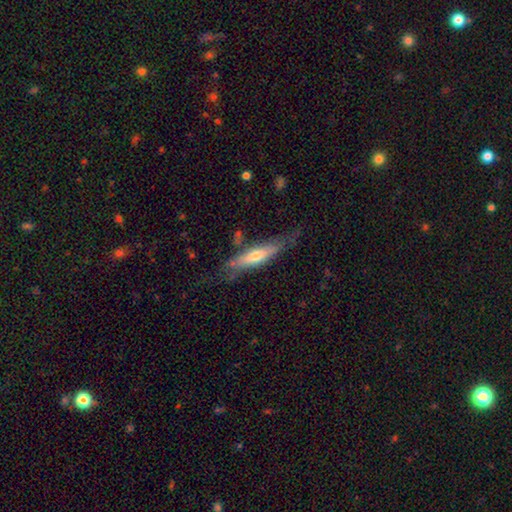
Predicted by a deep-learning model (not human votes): A featured or disk galaxy (50%) viewed edge-on (72%). Merging: none (62%).